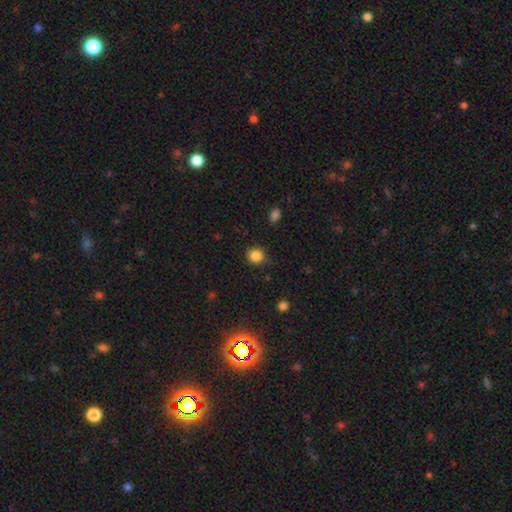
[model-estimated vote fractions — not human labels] smooth-or-featured: smooth: 85% | star or artifact: 11% | featured or disk: 3%
  how-rounded: round: 87% | in between: 12% | cigar-shaped: 1%
  merging: none: 81% | minor disturbance: 14% | major disturbance: 4% | merger: 2%